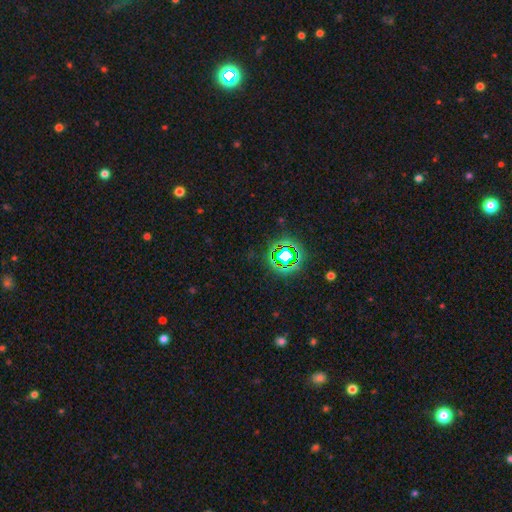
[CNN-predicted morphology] Overall: star or artifact (78%).